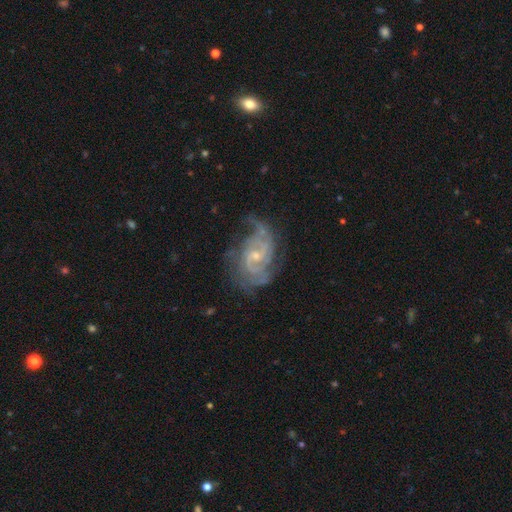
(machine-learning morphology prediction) The model was most divided on "bar" (2-way tie): weak: 46%, no: 46%, strong: 9%. Remaining: edge-on disk — no (97%); spiral arms — yes (92%); smooth or featured — featured or disk (84%); bulge size — small (64%); merging — none (57%); spiral winding — medium (45%); spiral arm count — 2 (43%).